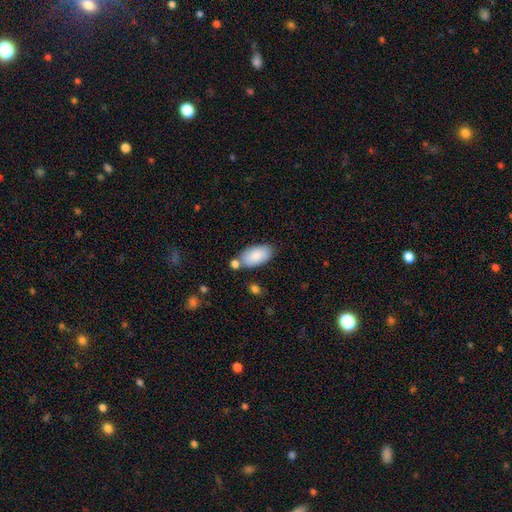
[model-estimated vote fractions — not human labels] smooth_or_featured: smooth (p=0.86) [alt: featured or disk p=0.08]
how_rounded: in between (p=0.95) [alt: round p=0.03]
merging: none (p=0.68) [alt: minor disturbance p=0.15]